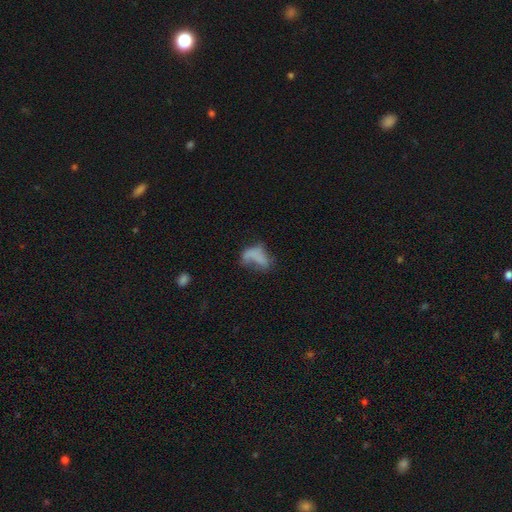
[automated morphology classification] Smooth or featured? smooth (56%)
How rounded? in between (84%)
Merging? major disturbance (42%)